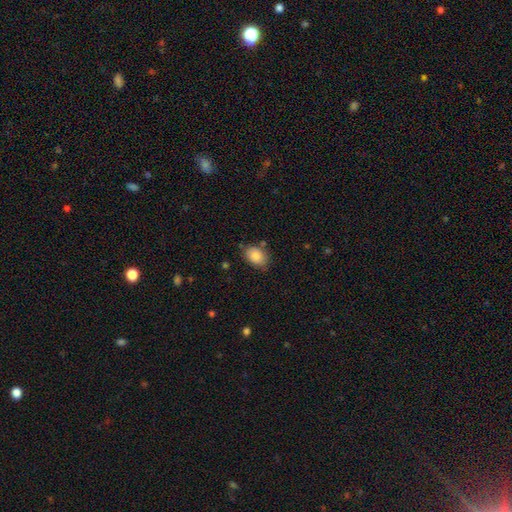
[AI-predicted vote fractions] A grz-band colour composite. It shows a smooth galaxy with no disk features (87%) that is in between round and cigar-shaped (78%). Merging: none (75%).